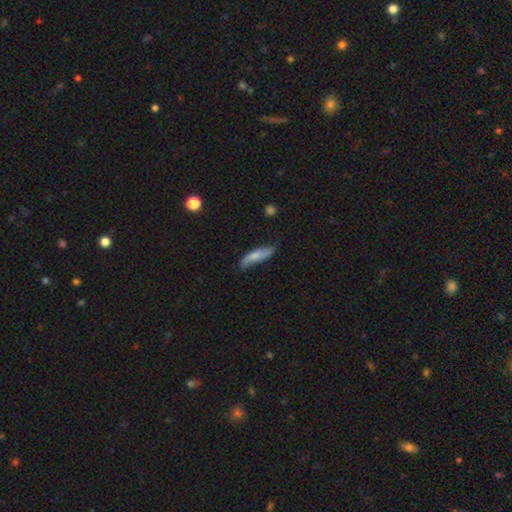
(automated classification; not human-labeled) This is likely a smooth galaxy (66%). How rounded: likely cigar-shaped (63%). Merging: possibly none (59%).